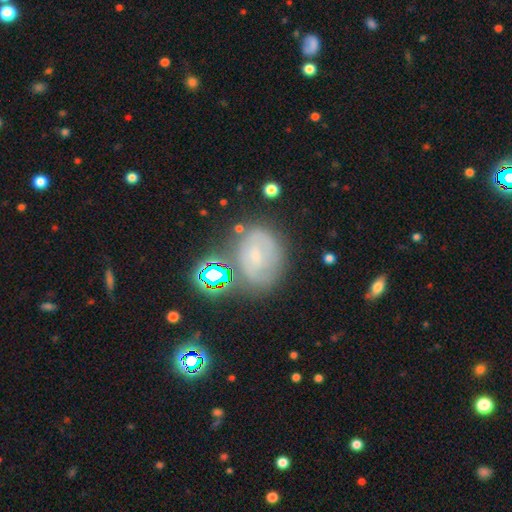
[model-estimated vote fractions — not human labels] The model was most divided on "smooth or featured": featured or disk: 49%, smooth: 33%, star or artifact: 19%. More confident: merging — none (62%).